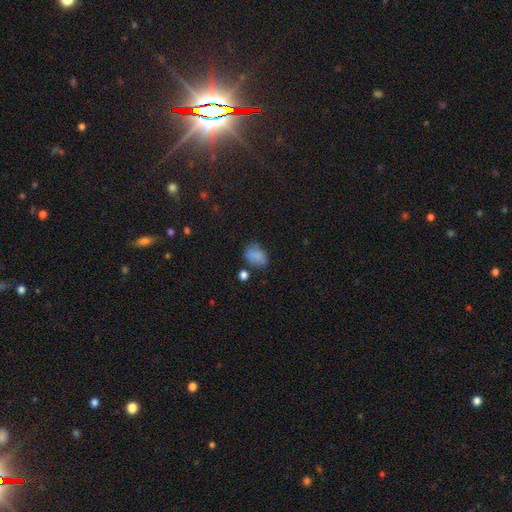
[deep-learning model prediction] The model was most divided on "merging": none: 62%, minor disturbance: 24%, major disturbance: 7%, merger: 7%. More confident: smooth or featured — smooth (82%); how rounded — in between (70%).